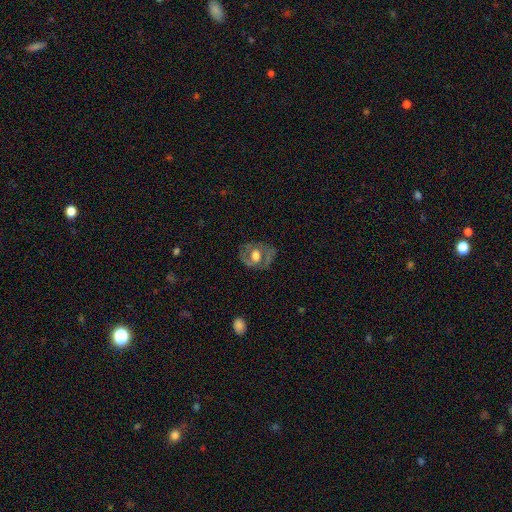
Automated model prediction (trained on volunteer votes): smooth_or_featured: featured or disk (p=0.59) [alt: smooth p=0.33]
disk_edge_on: no (p=0.95) [alt: yes p=0.05]
bar: no (p=0.67) [alt: weak p=0.25]
has_spiral_arms: no (p=0.53) [alt: yes p=0.47]
bulge_size: large (p=0.46) [alt: moderate p=0.41]
merging: none (p=0.67) [alt: minor disturbance p=0.19]